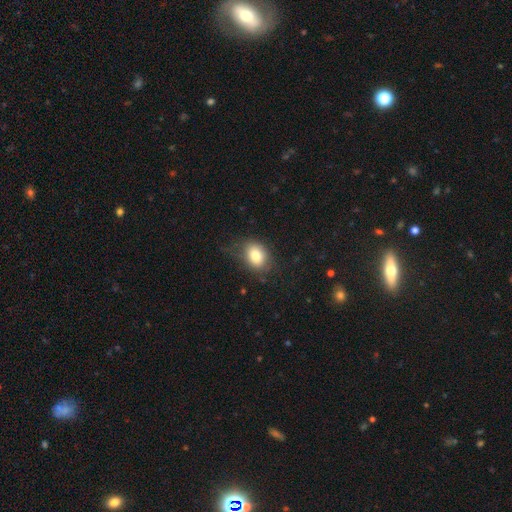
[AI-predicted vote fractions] This is likely a smooth galaxy (80%). How rounded: likely in between (61%). Merging: likely none (67%).